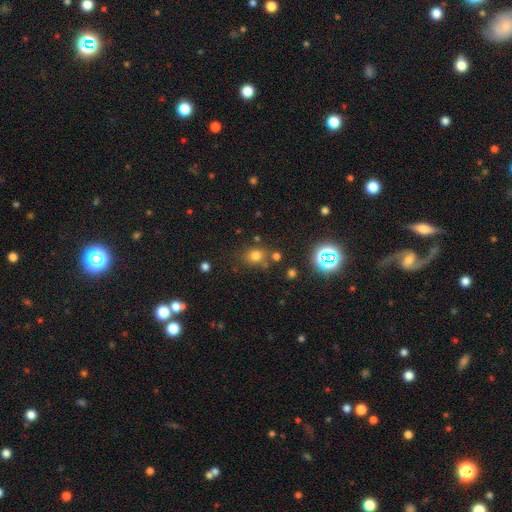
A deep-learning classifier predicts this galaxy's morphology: A smooth galaxy with no disk features (71%) that is round (60%). Merging: none (71%).